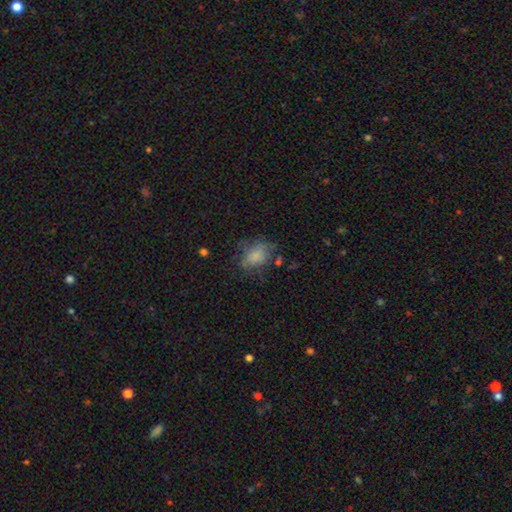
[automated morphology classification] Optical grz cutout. It shows a smooth galaxy with no disk features (73%) that is in between round and cigar-shaped (70%). Merging: none (52%).